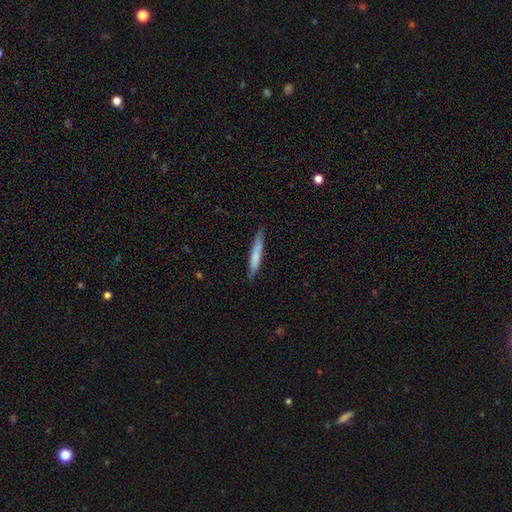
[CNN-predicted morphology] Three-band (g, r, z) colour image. It shows a smooth galaxy with no disk features (72%) that is cigar-shaped (93%). Merging: none (85%).